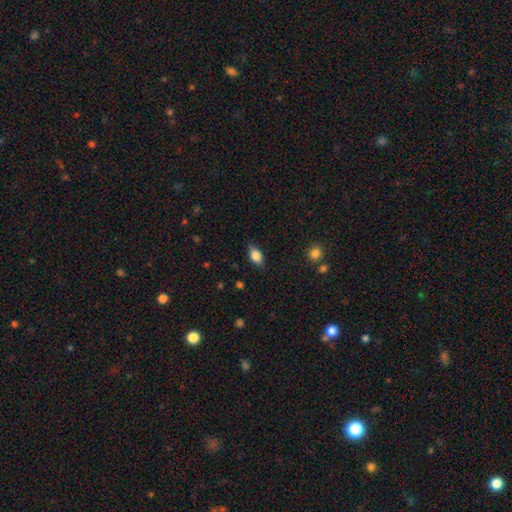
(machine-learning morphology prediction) smooth-or-featured: smooth: 64% | featured or disk: 27% | star or artifact: 9%
  how-rounded: in between: 80% | round: 11% | cigar-shaped: 9%
  merging: none: 81% | minor disturbance: 15% | major disturbance: 3% | merger: 1%